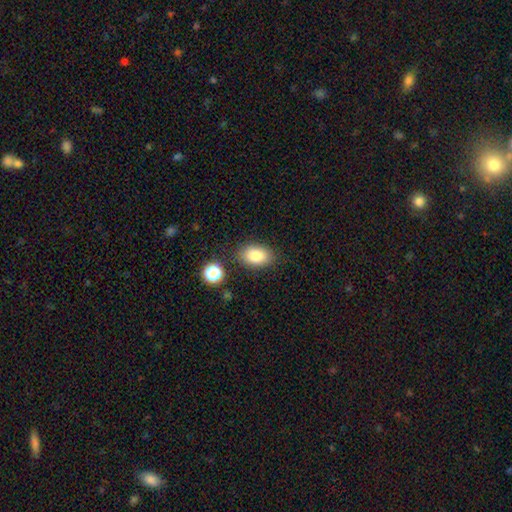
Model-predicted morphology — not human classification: This is clearly a smooth galaxy (82%). How rounded: clearly in between (85%). Merging: clearly none (83%).